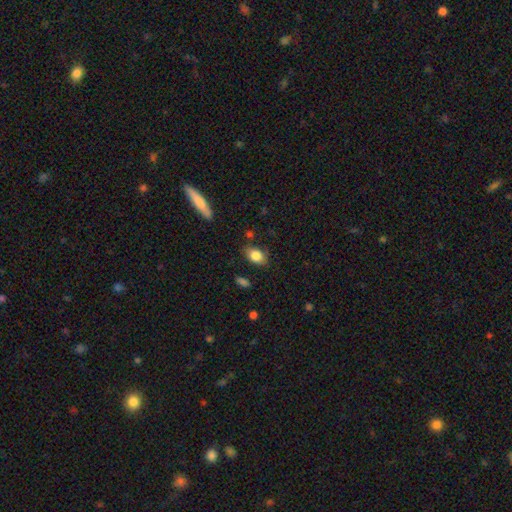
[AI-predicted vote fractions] This appears to be a smooth galaxy with no disk features (83%) that is in between round and cigar-shaped (86%). Merging: none (79%).